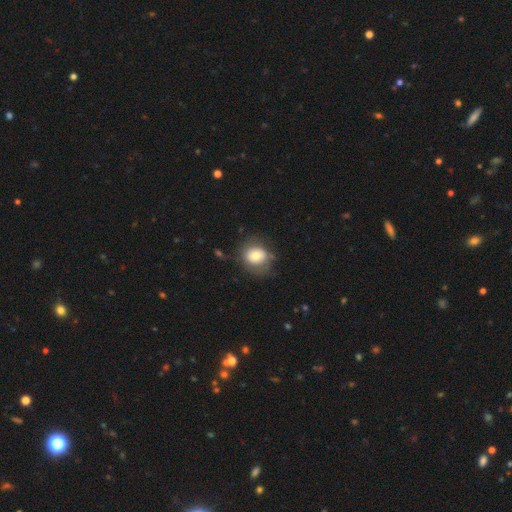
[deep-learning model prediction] Smooth or featured?
  - smooth: 69% *
  - featured or disk: 22%
  - star or artifact: 9%
How rounded?
  - round: 75% *
  - in between: 24%
  - cigar-shaped: 1%
Merging?
  - none: 67% *
  - minor disturbance: 19%
  - major disturbance: 11%
  - merger: 2%